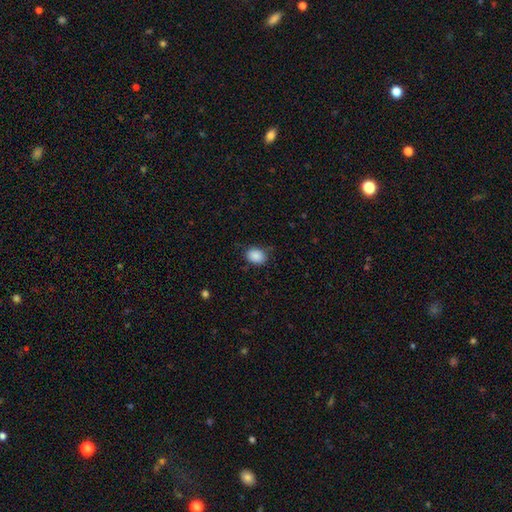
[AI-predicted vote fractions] Smooth or featured? smooth (88%)
How rounded? in between (59%)
Merging? none (74%)